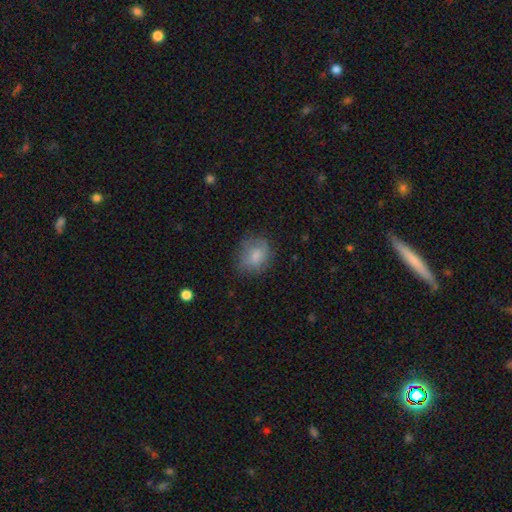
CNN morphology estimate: This is likely a smooth galaxy (72%). How rounded: likely round (64%). Merging: likely none (63%).